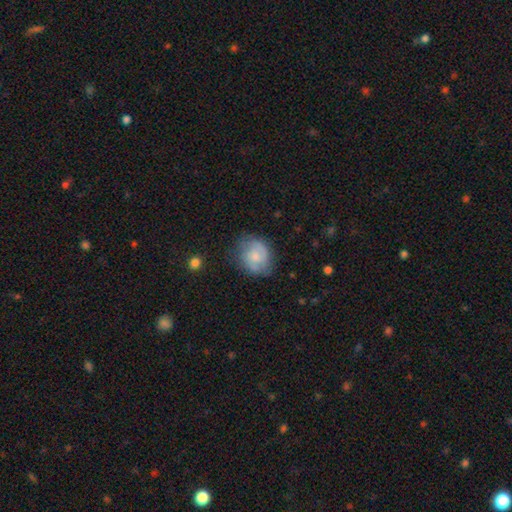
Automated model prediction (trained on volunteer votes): Smooth or featured: smooth — 53% (featured or disk — 40%)
How rounded: round — 65% (in between — 34%)
Merging: none — 66% (minor disturbance — 24%)